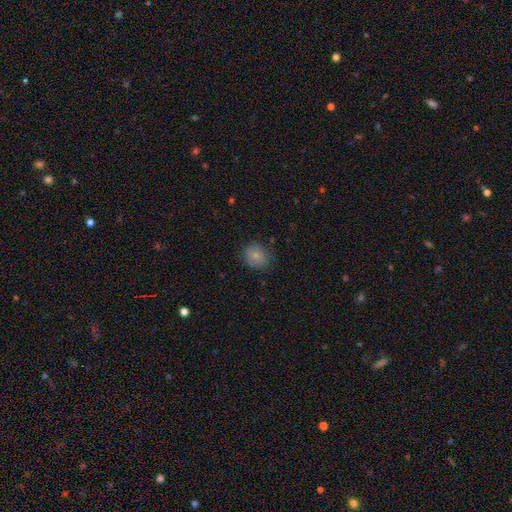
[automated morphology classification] smooth_or_featured: smooth (p=0.76) [alt: featured or disk p=0.15]
how_rounded: round (p=0.75) [alt: in between p=0.24]
merging: none (p=0.80) [alt: minor disturbance p=0.16]